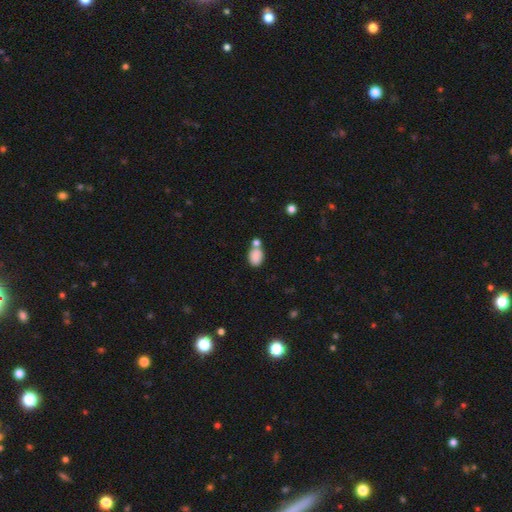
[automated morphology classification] This is clearly a smooth galaxy (85%). How rounded: likely in between (76%). Merging: possibly none (51%).